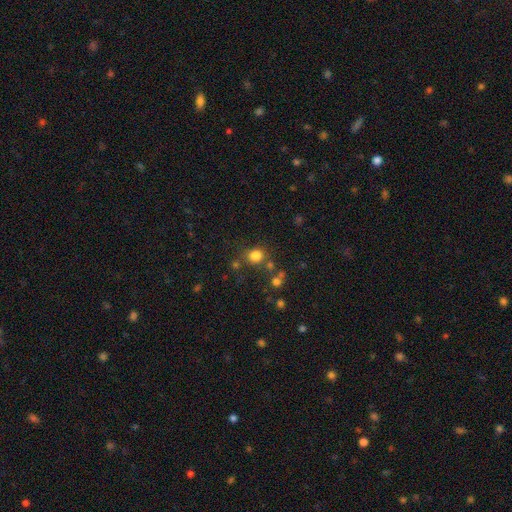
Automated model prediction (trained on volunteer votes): This appears to be a smooth galaxy with no disk features (79%) that is round (86%). Merging: none (76%).